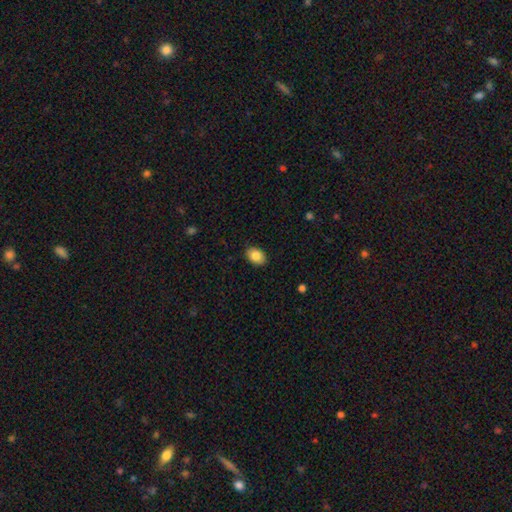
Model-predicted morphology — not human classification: smooth-or-featured: smooth: 85% | featured or disk: 8% | star or artifact: 8%
  how-rounded: in between: 78% | round: 21% | cigar-shaped: 1%
  merging: none: 89% | minor disturbance: 9% | major disturbance: 2% | merger: 1%